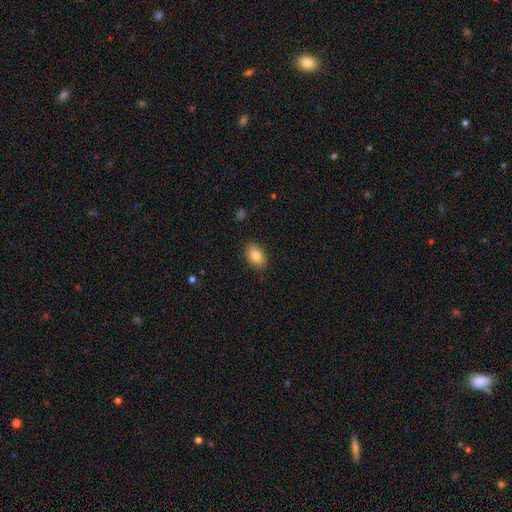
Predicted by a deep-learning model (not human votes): The model was most divided on "how rounded": in between: 84%, round: 15%, cigar-shaped: 1%. More confident: merging — none (88%); smooth or featured — smooth (84%).